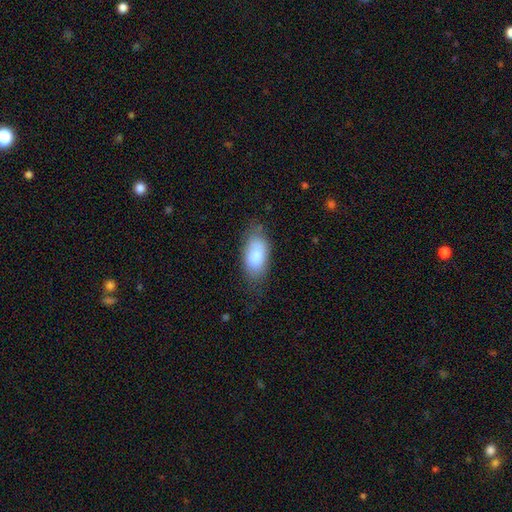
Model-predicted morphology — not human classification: A smooth galaxy with no disk features (82%) that is in between round and cigar-shaped (90%).

Vote fractions:
- Smooth or featured? smooth: 82% / featured or disk: 11% / star or artifact: 7%
- How rounded? in between: 90% / cigar-shaped: 7% / round: 3%
- Merging? none: 67% / minor disturbance: 24% / major disturbance: 7% / merger: 2%